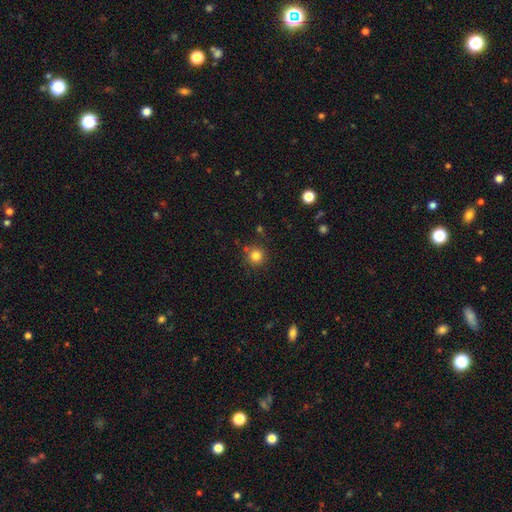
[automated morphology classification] smooth_or_featured: smooth (p=0.82) [alt: star or artifact p=0.12]
how_rounded: round (p=0.94) [alt: in between p=0.05]
merging: none (p=0.82) [alt: minor disturbance p=0.09]